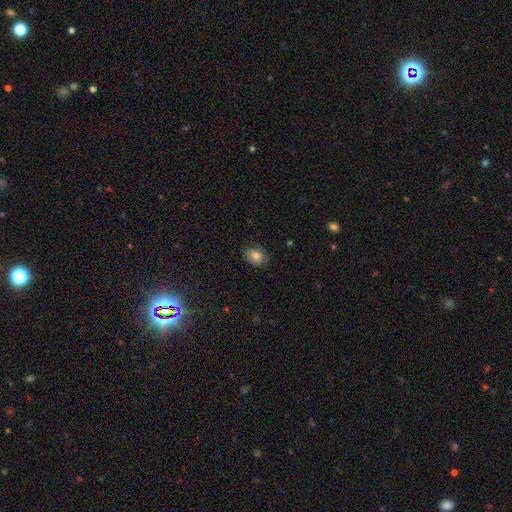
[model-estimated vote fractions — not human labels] smooth 78%, featured or disk 13%, star or artifact 10%. Down the decision tree: how rounded — in between (65%); merging — none (77%).